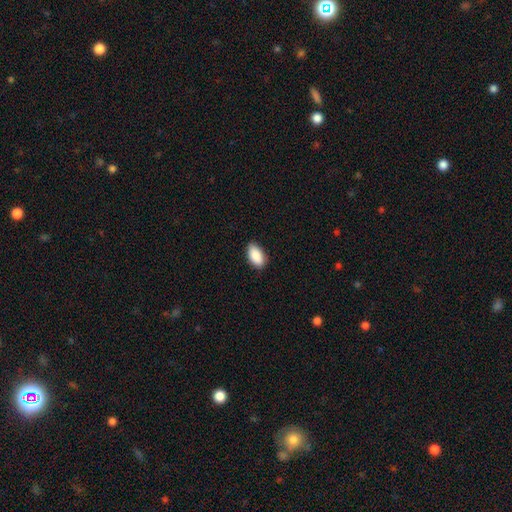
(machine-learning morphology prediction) The model was most divided on "merging": none: 84%, minor disturbance: 13%, major disturbance: 2%, merger: 1%. More confident: how rounded — in between (94%); smooth or featured — smooth (89%).